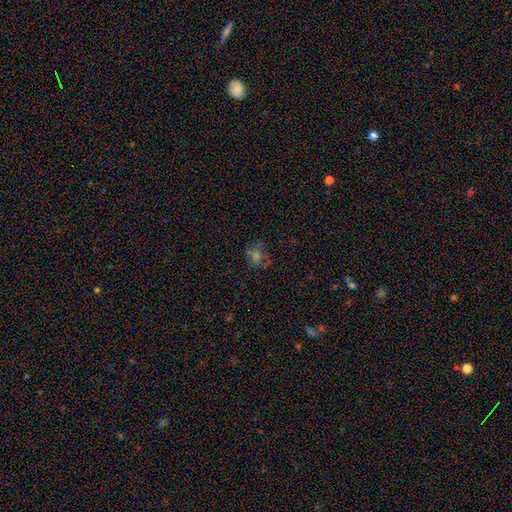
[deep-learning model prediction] A smooth galaxy with no disk features (41%).

Vote fractions:
- Smooth or featured? smooth: 41% / star or artifact: 32% / featured or disk: 27%
- Merging? none: 67% / minor disturbance: 18% / major disturbance: 12% / merger: 3%